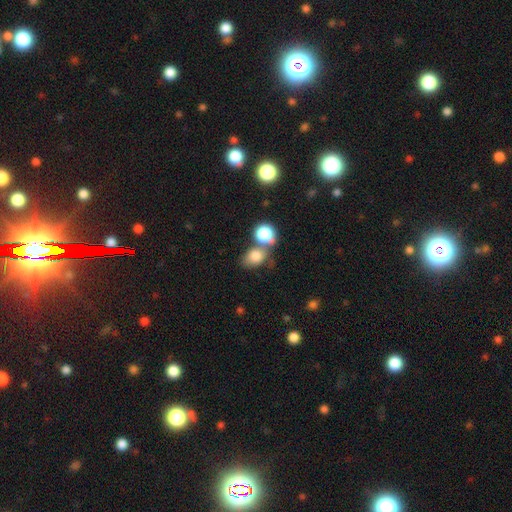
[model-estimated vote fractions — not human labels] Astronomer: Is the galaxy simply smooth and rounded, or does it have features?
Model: smooth — 77%.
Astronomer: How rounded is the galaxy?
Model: in between — 65%.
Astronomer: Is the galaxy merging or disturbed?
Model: none — 43% (runner-up: merger, 36%).